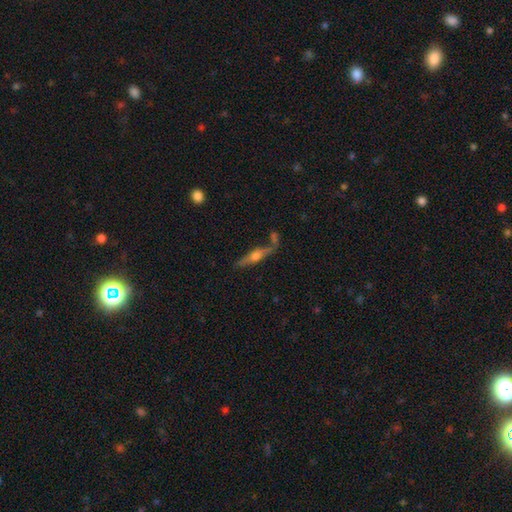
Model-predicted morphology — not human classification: A featured or disk galaxy (61%) viewed edge-on (92%) with a rounded central bulge (91%). Merging: none (65%).